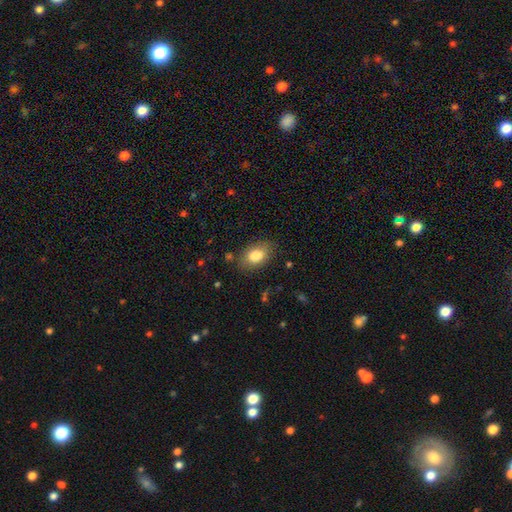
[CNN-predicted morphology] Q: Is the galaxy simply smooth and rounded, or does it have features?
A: smooth — 82%.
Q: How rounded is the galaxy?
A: in between — 87%.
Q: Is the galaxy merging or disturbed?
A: none — 82%.